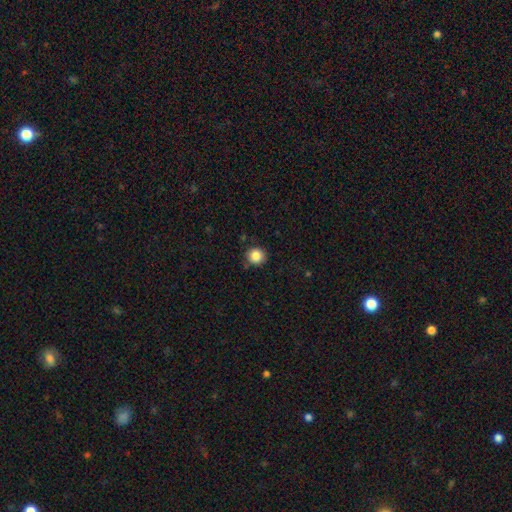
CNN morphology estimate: Smooth or featured: smooth — 85% (star or artifact — 10%)
How rounded: round — 92% (in between — 7%)
Merging: none — 86% (minor disturbance — 10%)